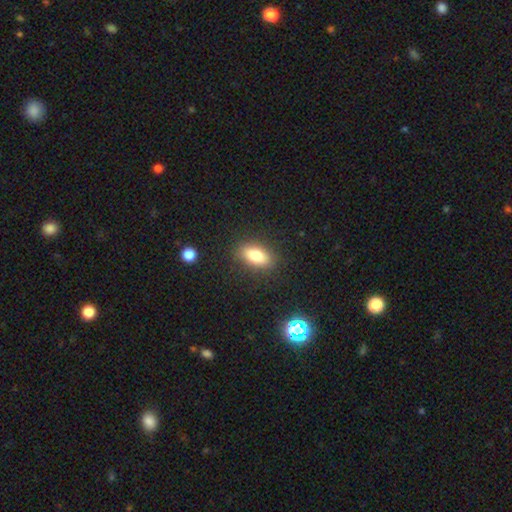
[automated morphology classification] A smooth galaxy with no disk features (79%) that is in between round and cigar-shaped (84%).

Vote fractions:
- Smooth or featured? smooth: 79% / featured or disk: 13% / star or artifact: 9%
- How rounded? in between: 84% / cigar-shaped: 11% / round: 5%
- Merging? none: 86% / minor disturbance: 9% / major disturbance: 3% / merger: 1%